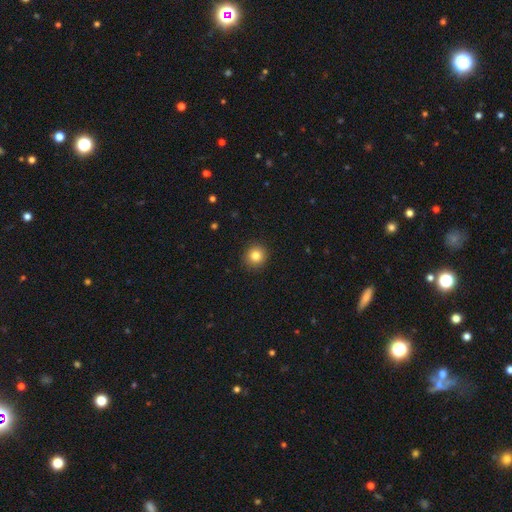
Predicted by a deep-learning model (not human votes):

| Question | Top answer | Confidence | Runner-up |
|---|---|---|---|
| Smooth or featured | smooth | 83% | star or artifact (11%) |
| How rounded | round | 93% | in between (6%) |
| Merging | none | 92% | minor disturbance (6%) |